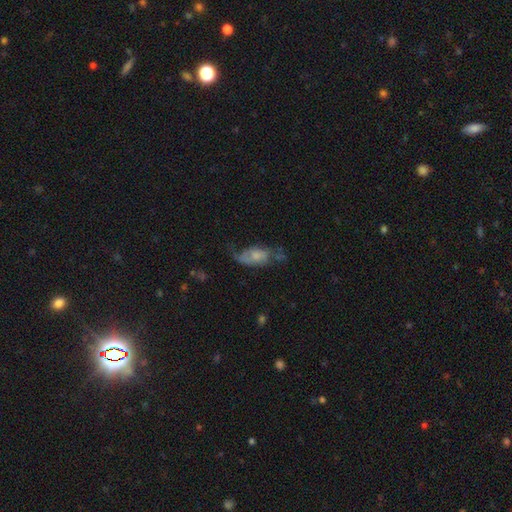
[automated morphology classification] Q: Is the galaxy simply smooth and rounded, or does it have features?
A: featured or disk — 48%.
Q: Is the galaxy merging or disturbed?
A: none — 34%.